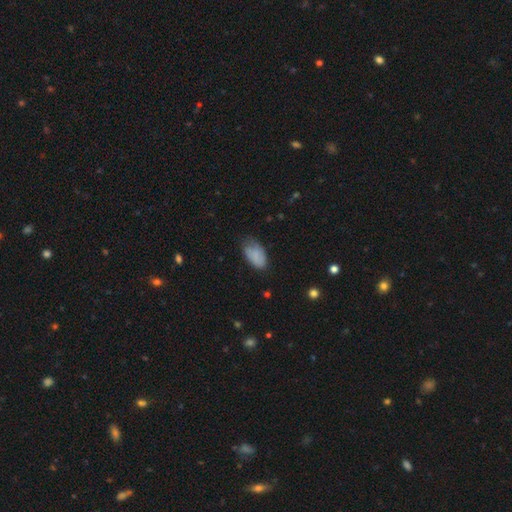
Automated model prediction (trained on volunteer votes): smooth_or_featured: smooth (p=0.84) [alt: featured or disk p=0.09]
how_rounded: in between (p=0.94) [alt: round p=0.04]
merging: none (p=0.57) [alt: minor disturbance p=0.33]